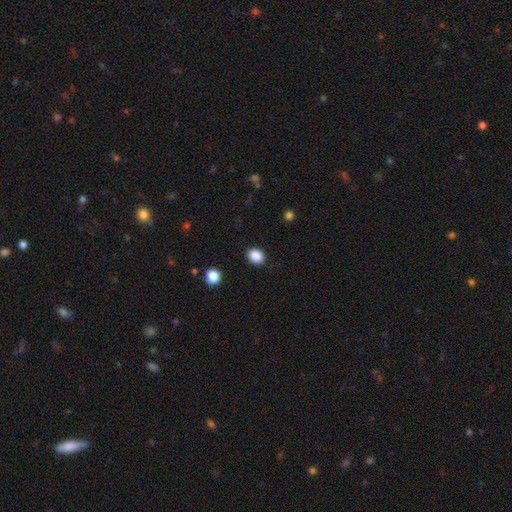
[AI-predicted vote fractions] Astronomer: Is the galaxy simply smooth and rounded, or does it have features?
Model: smooth — 88%.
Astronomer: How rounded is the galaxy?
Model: in between — 52% (runner-up: round, 47%).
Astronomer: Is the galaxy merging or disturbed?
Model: none — 88%.